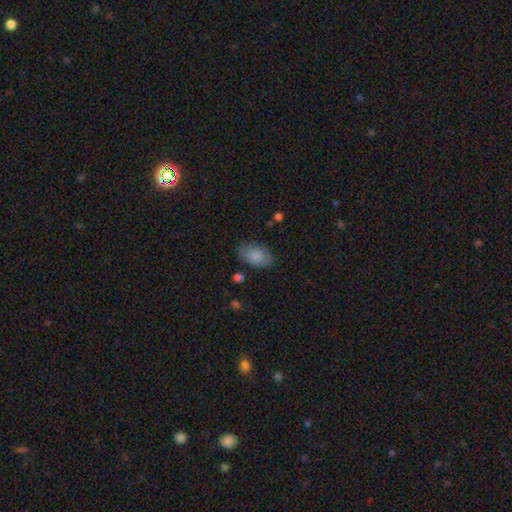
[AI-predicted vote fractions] smooth_or_featured: smooth (p=0.83) [alt: featured or disk p=0.10]
how_rounded: in between (p=0.91) [alt: round p=0.07]
merging: none (p=0.76) [alt: minor disturbance p=0.17]